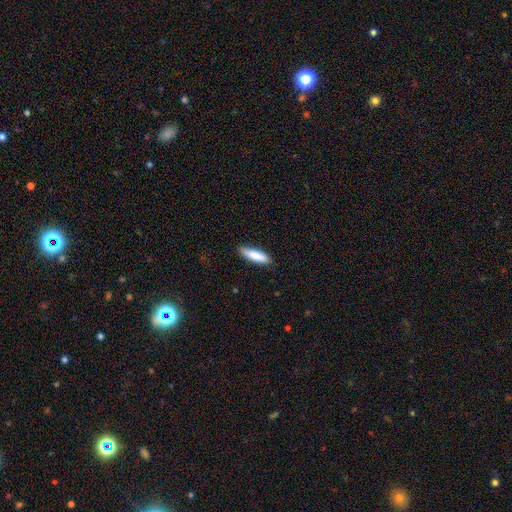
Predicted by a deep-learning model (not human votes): This is clearly a smooth galaxy (83%). How rounded: likely cigar-shaped (66%). Merging: clearly none (88%).